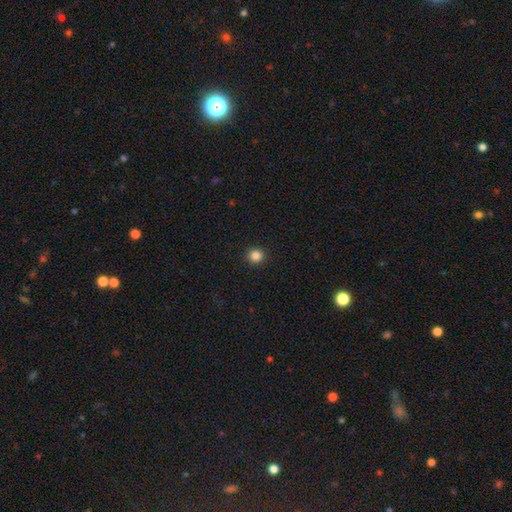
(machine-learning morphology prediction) Overall: smooth (85%). How rounded: round (93%). Merging: none (93%).